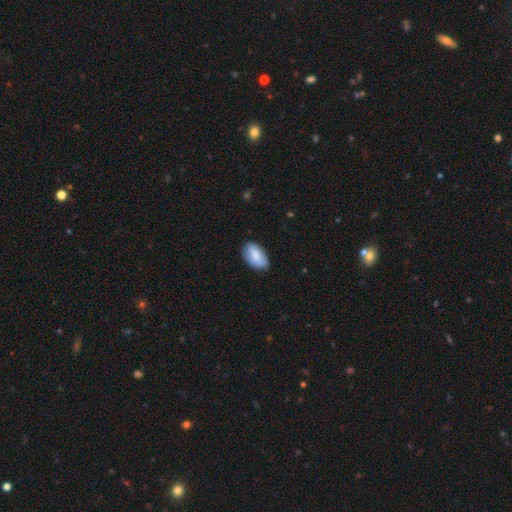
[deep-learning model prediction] Smooth or featured? smooth (83%)
How rounded? in between (94%)
Merging? none (77%)